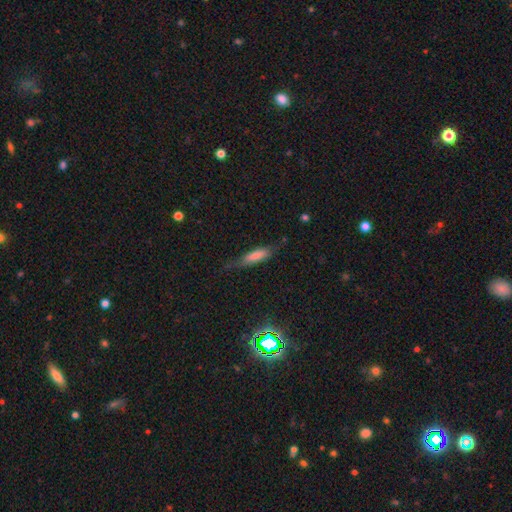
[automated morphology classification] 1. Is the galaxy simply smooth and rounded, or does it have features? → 71% smooth, 22% featured or disk, 8% star or artifact.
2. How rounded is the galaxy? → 65% cigar-shaped, 32% in between, 2% round.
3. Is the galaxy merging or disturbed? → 66% none, 24% minor disturbance, 8% major disturbance, 2% merger.